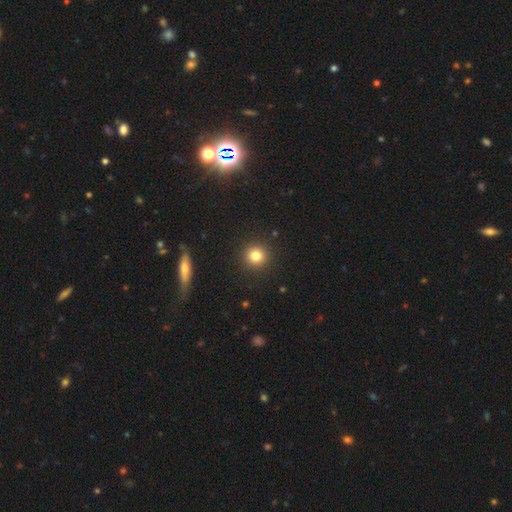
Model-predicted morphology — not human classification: This is clearly a smooth galaxy (82%). How rounded: clearly round (94%). Merging: clearly none (92%).